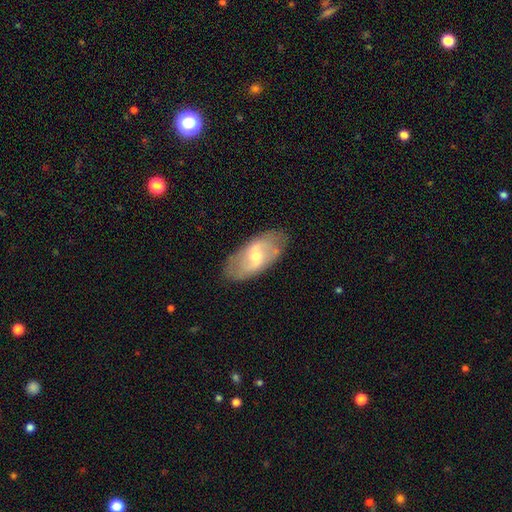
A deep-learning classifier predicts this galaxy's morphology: smooth_or_featured: featured or disk (p=0.64) [alt: smooth p=0.30]
disk_edge_on: no (p=0.91) [alt: yes p=0.09]
bar: weak (p=0.51) [alt: strong p=0.31]
has_spiral_arms: yes (p=0.65) [alt: no p=0.35]
bulge_size: moderate (p=0.55) [alt: small p=0.39]
merging: none (p=0.81) [alt: minor disturbance p=0.14]